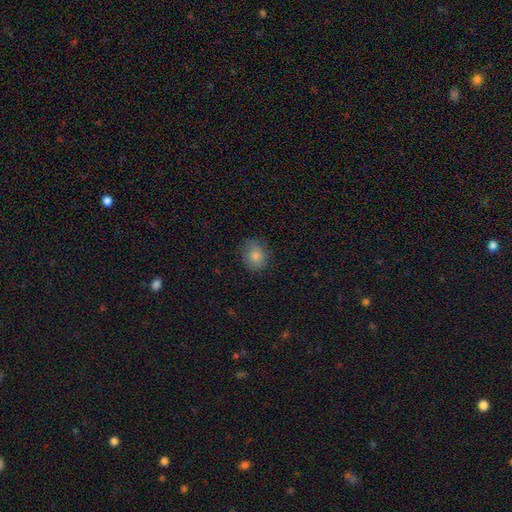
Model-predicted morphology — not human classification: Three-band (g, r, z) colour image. It shows a smooth galaxy with no disk features (83%) that is round (67%). Merging: none (77%).